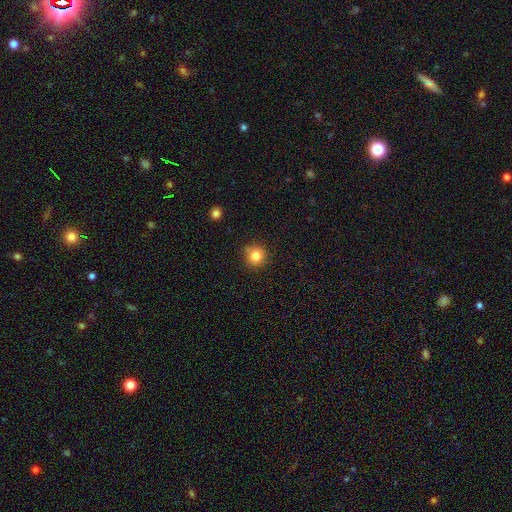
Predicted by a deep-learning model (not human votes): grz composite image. It shows a smooth galaxy with no disk features (83%) that is round (94%). Merging: none (87%).